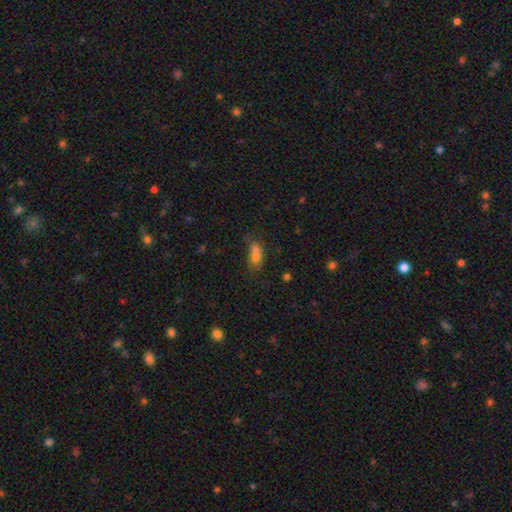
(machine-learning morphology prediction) Overall: smooth (70%). How rounded: in between (73%). Merging: merger (40%; none 33%).